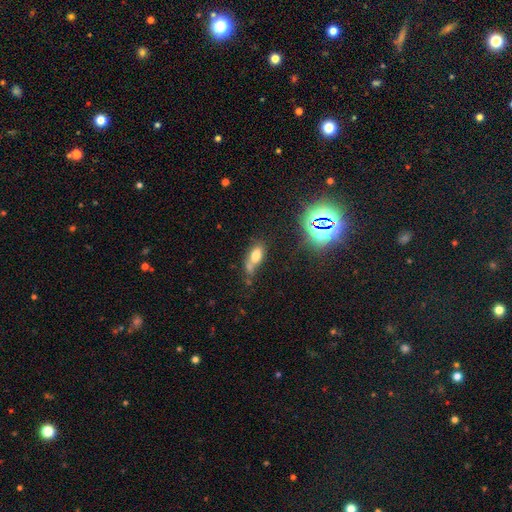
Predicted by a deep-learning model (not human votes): Overall: smooth (67%). How rounded: in between (78%). Merging: none (37%; merger 27%).